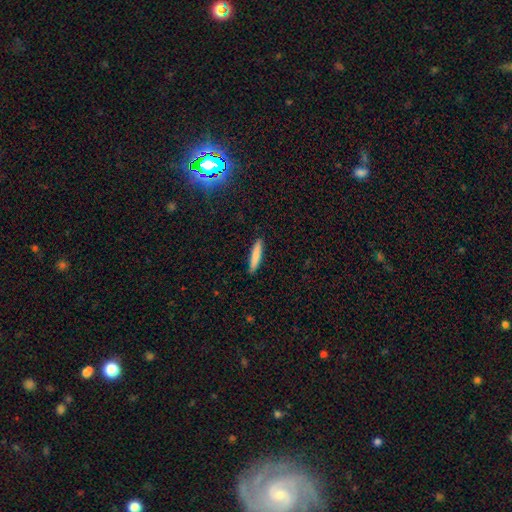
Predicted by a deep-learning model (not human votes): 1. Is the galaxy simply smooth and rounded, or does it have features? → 81% smooth, 13% featured or disk, 6% star or artifact.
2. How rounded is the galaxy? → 89% cigar-shaped, 9% in between, 1% round.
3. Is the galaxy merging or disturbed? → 89% none, 9% minor disturbance, 2% major disturbance, 1% merger.